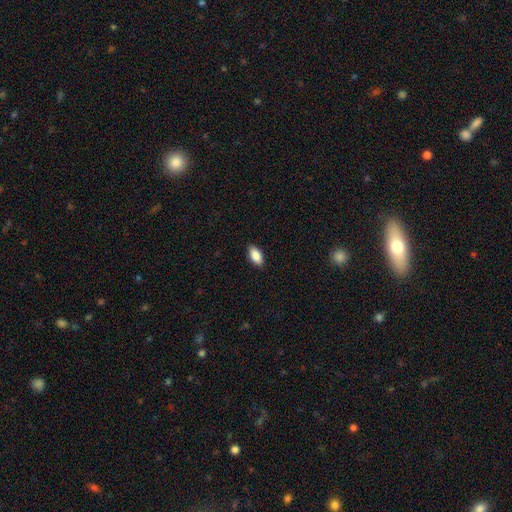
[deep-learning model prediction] Smooth or featured? smooth (88%)
How rounded? in between (91%)
Merging? none (89%)